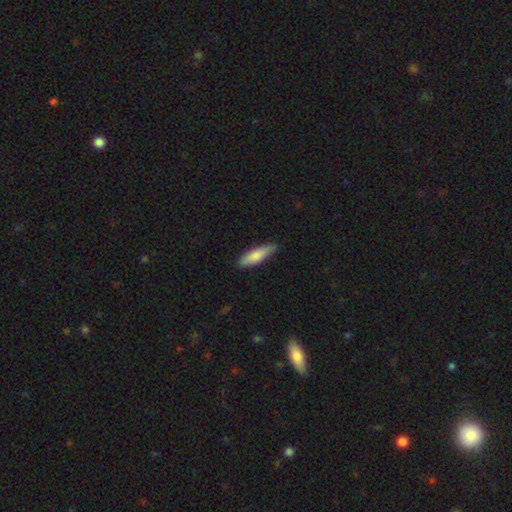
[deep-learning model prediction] A smooth galaxy with no disk features (79%) that is cigar-shaped (62%).

Vote fractions:
- Smooth or featured? smooth: 79% / featured or disk: 15% / star or artifact: 5%
- How rounded? cigar-shaped: 62% / in between: 37% / round: 2%
- Merging? none: 82% / minor disturbance: 15% / major disturbance: 2% / merger: 1%